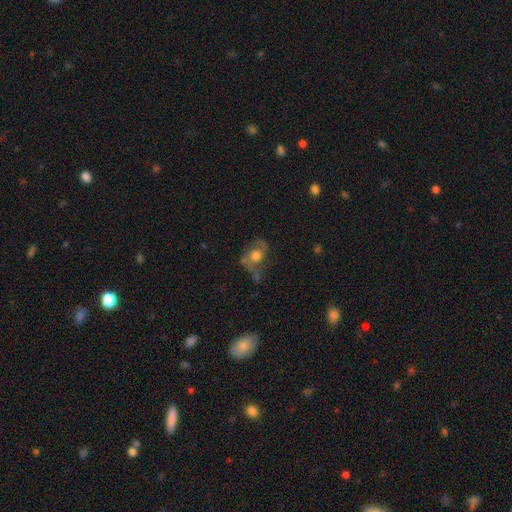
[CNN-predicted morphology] The model was most divided on "merging": none: 43%, major disturbance: 25%, minor disturbance: 24%, merger: 8%. More confident: edge-on disk — no (95%); bar — no (76%); spiral arms — yes (73%); bulge size — moderate (57%); smooth or featured — featured or disk (57%).